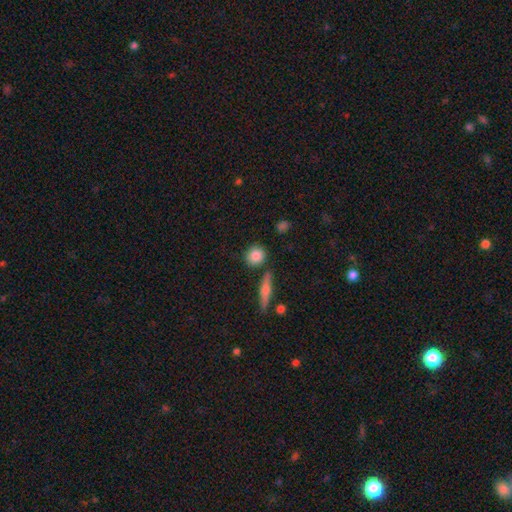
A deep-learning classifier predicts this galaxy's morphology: Q: Smooth or featured?
A: smooth (85%); runner-up: featured or disk (8%)
Q: How rounded?
A: round (84%); runner-up: in between (13%)
Q: Merging?
A: none (81%); runner-up: minor disturbance (9%)